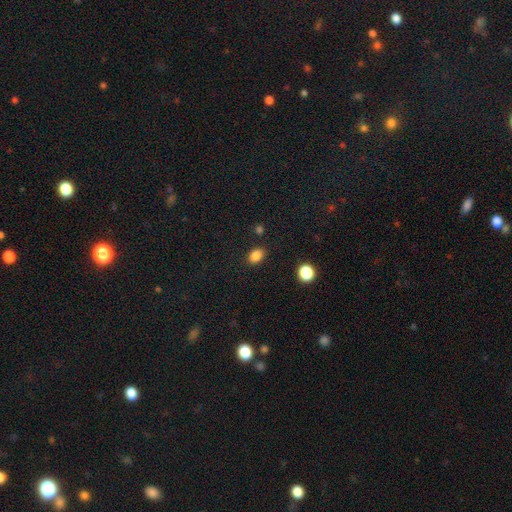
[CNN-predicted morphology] Smooth or featured: smooth — 85% (star or artifact — 11%)
How rounded: in between — 75% (round — 24%)
Merging: none — 84% (minor disturbance — 10%)